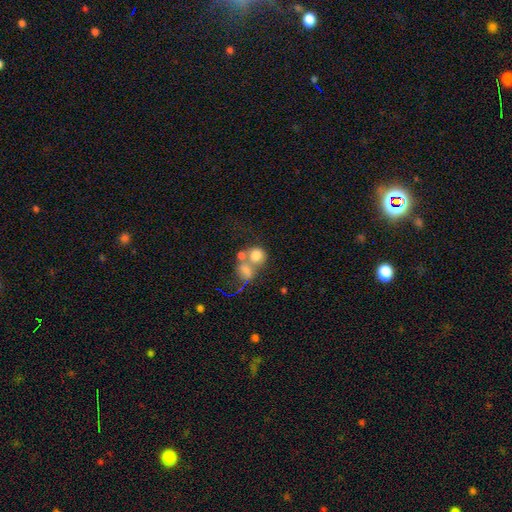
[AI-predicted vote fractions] Q: Smooth or featured?
A: smooth (72%); runner-up: featured or disk (16%)
Q: How rounded?
A: round (72%); runner-up: in between (27%)
Q: Merging?
A: merger (57%); runner-up: none (28%)